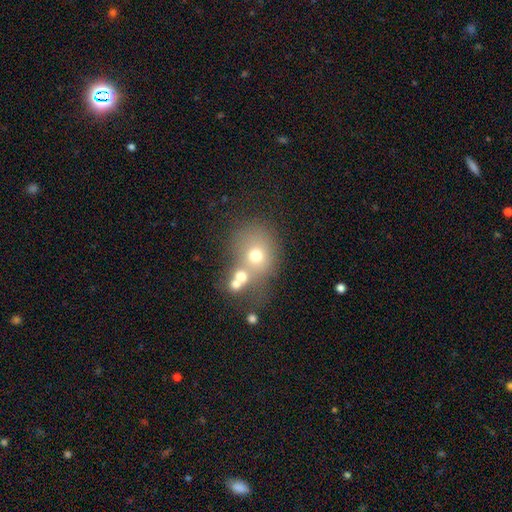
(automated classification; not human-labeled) smooth 60%, featured or disk 23%, star or artifact 17%. Down the decision tree: how rounded — round (62%); merging — merger (53%).